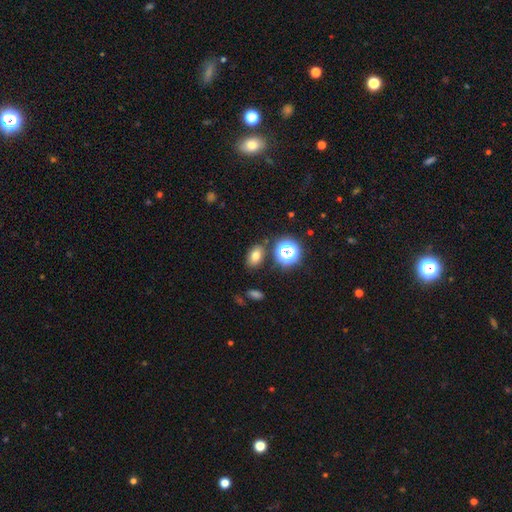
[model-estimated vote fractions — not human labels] A smooth galaxy with no disk features (73%) that is in between round and cigar-shaped (77%).

Vote fractions:
- Smooth or featured? smooth: 73% / star or artifact: 17% / featured or disk: 11%
- How rounded? in between: 77% / round: 22% / cigar-shaped: 2%
- Merging? none: 81% / minor disturbance: 10% / merger: 5% / major disturbance: 3%